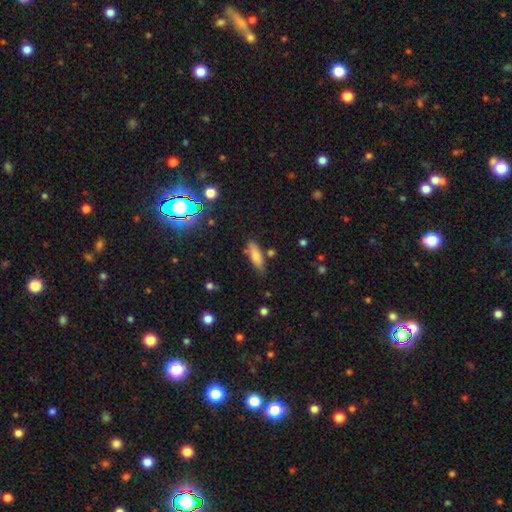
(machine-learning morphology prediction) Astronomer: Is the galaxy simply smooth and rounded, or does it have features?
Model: smooth — 78%.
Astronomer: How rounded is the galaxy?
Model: in between — 56% (runner-up: cigar-shaped, 41%).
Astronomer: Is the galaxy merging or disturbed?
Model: none — 75%.